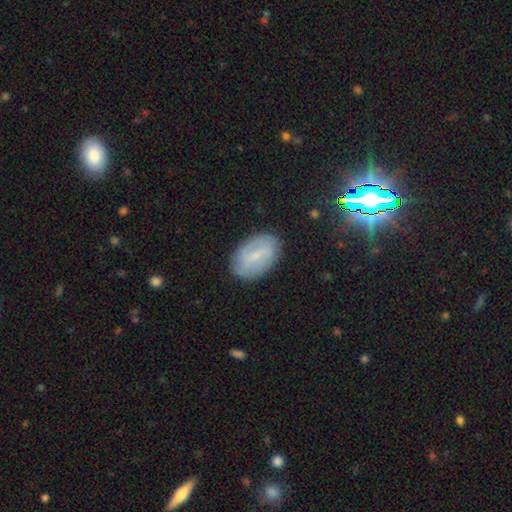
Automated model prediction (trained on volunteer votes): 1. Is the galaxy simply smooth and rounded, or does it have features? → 48% smooth, 42% featured or disk, 10% star or artifact.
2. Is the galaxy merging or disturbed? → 83% none, 13% minor disturbance, 3% major disturbance, 1% merger.